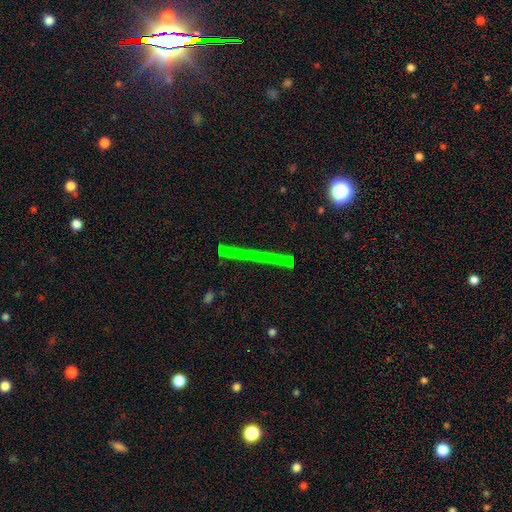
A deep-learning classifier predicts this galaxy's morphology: A star or artifact, not a galaxy (72%).